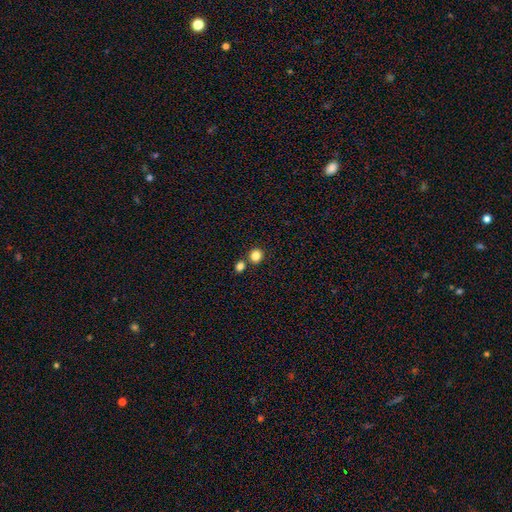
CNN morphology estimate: Overall: smooth (84%). How rounded: round (83%). Merging: none (72%).